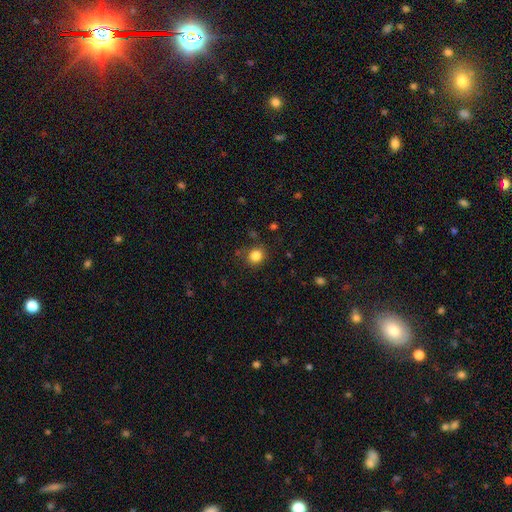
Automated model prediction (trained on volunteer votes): A smooth galaxy with no disk features (83%) that is round (85%).

Vote fractions:
- Smooth or featured? smooth: 83% / star or artifact: 12% / featured or disk: 5%
- How rounded? round: 85% / in between: 14% / cigar-shaped: 1%
- Merging? none: 84% / minor disturbance: 10% / major disturbance: 3% / merger: 2%